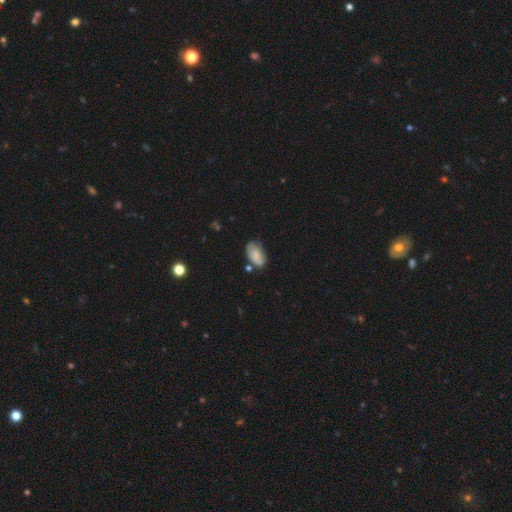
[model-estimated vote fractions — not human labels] smooth-or-featured: smooth: 75% | featured or disk: 16% | star or artifact: 8%
  how-rounded: in between: 92% | round: 6% | cigar-shaped: 2%
  merging: none: 51% | minor disturbance: 33% | major disturbance: 10% | merger: 7%